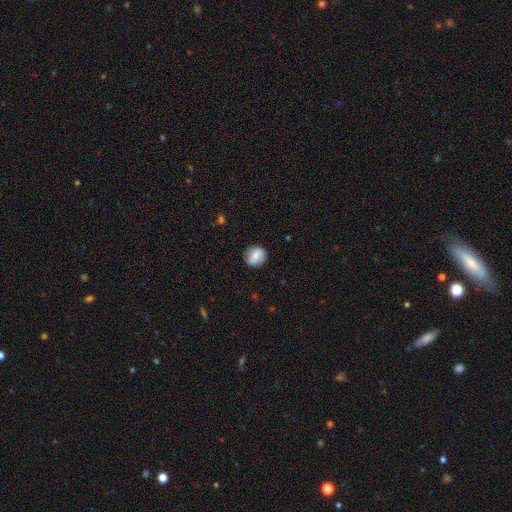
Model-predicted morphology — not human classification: The model was most divided on "smooth or featured": smooth: 69%, featured or disk: 22%, star or artifact: 8%. More confident: how rounded — round (85%); merging — none (80%).